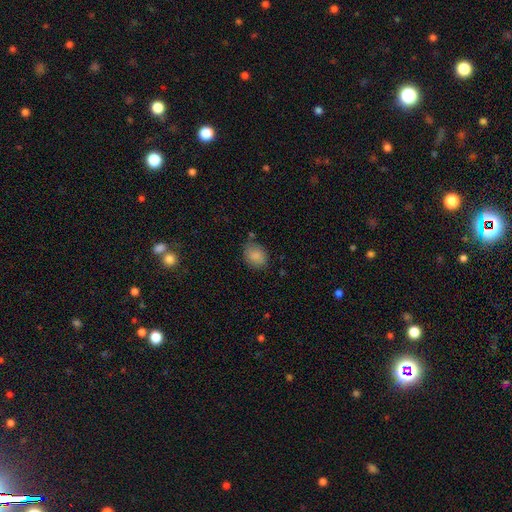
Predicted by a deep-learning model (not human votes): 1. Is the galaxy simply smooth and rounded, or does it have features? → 84% smooth, 8% star or artifact, 7% featured or disk.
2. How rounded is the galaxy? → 54% in between, 45% round, 1% cigar-shaped.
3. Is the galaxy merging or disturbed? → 73% none, 19% minor disturbance, 4% major disturbance, 4% merger.